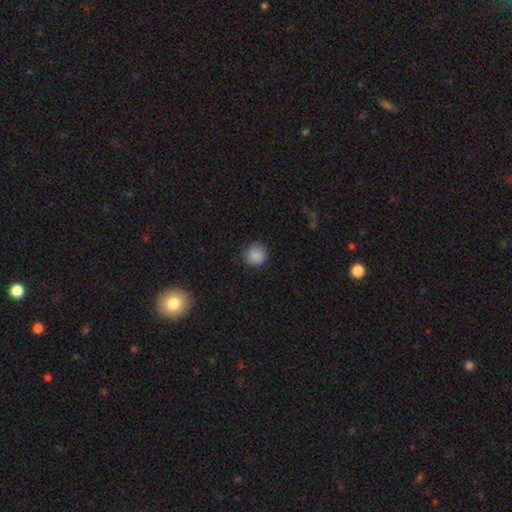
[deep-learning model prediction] smooth-or-featured: smooth: 87% | star or artifact: 9% | featured or disk: 4%
  how-rounded: round: 90% | in between: 9% | cigar-shaped: 1%
  merging: none: 79% | minor disturbance: 16% | major disturbance: 3% | merger: 1%